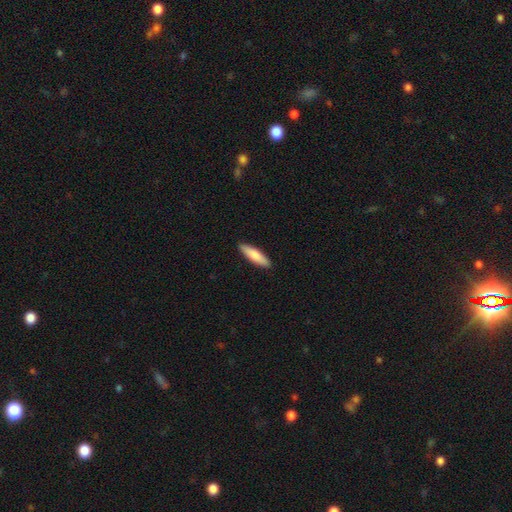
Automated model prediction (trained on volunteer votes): A smooth galaxy with no disk features (81%) that is cigar-shaped (69%).

Vote fractions:
- Smooth or featured? smooth: 81% / featured or disk: 14% / star or artifact: 5%
- How rounded? cigar-shaped: 69% / in between: 30% / round: 1%
- Merging? none: 90% / minor disturbance: 7% / major disturbance: 1% / merger: 1%